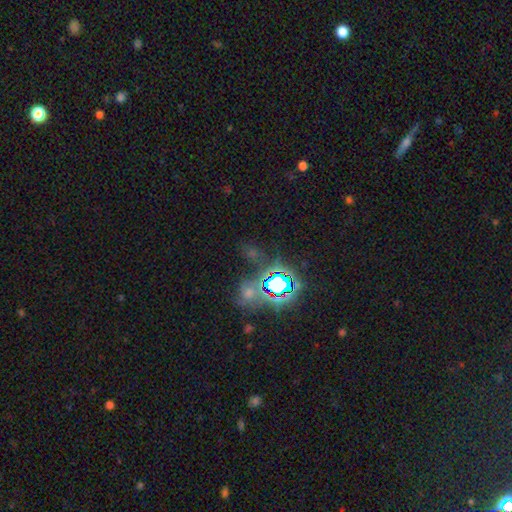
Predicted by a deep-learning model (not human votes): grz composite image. It shows a star or artifact, not a galaxy (74%).